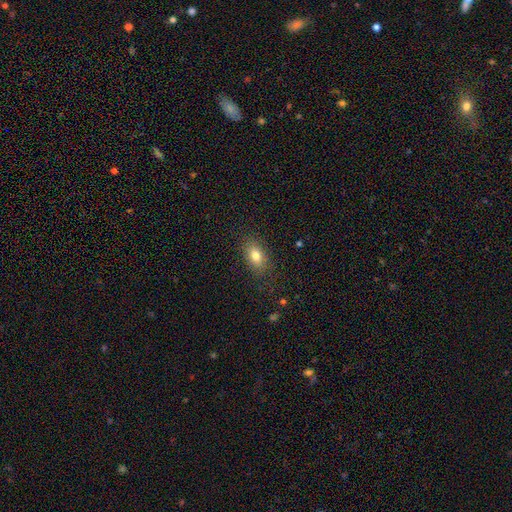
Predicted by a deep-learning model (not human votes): Smooth or featured?
  - smooth: 78% *
  - featured or disk: 12%
  - star or artifact: 10%
How rounded?
  - in between: 85% *
  - round: 12%
  - cigar-shaped: 3%
Merging?
  - none: 84% *
  - minor disturbance: 11%
  - major disturbance: 4%
  - merger: 1%